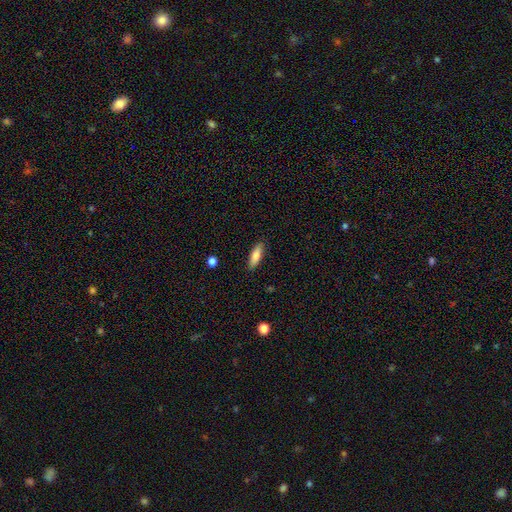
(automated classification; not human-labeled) Overall: smooth (80%). How rounded: cigar-shaped (49%, tied with in between). Merging: none (87%).